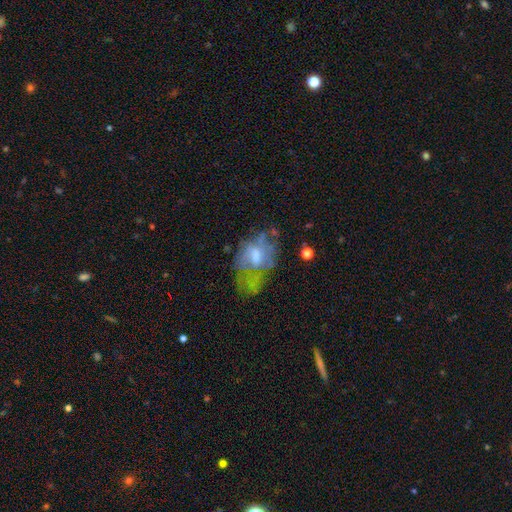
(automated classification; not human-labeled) smooth-or-featured: featured or disk: 56% | smooth: 32% | star or artifact: 12%
  disk-edge-on: no: 94% | yes: 6%
    bar: no: 59% | weak: 34% | strong: 7%
    has-spiral-arms: no: 69% | yes: 31%
    bulge-size: moderate: 50% | small: 26% | none: 12% | large: 11% | dominant: 1%
  merging: none: 36% | major disturbance: 32% | minor disturbance: 24% | merger: 8%